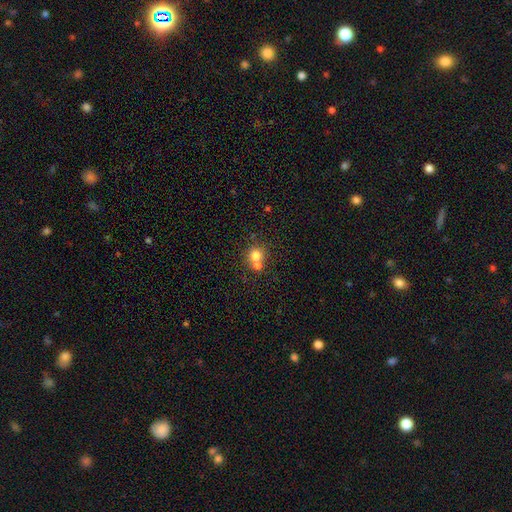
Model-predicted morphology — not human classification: smooth 75%, star or artifact 13%, featured or disk 12%. Down the decision tree: how rounded — round (88%); merging — none (46%).